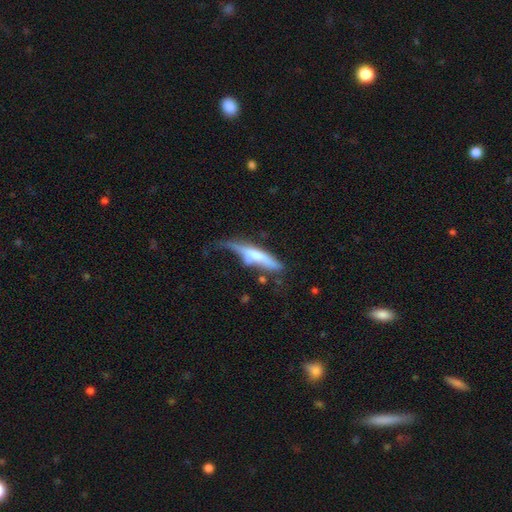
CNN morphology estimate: A smooth galaxy with no disk features (49%). Merging: major disturbance (30%, tied with minor disturbance).